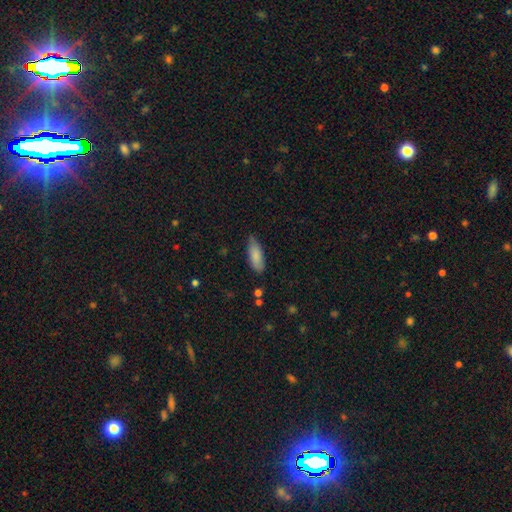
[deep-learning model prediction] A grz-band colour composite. It shows a smooth galaxy with no disk features (85%) that is in between round and cigar-shaped (76%). Merging: none (73%).